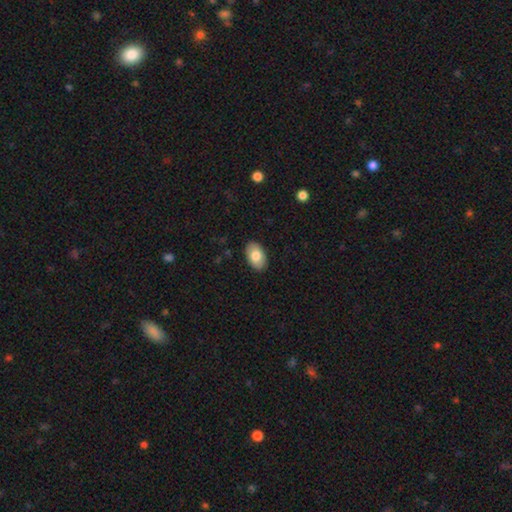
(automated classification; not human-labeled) smooth 79%, featured or disk 15%, star or artifact 6%. Down the decision tree: how rounded — in between (92%); merging — none (89%).